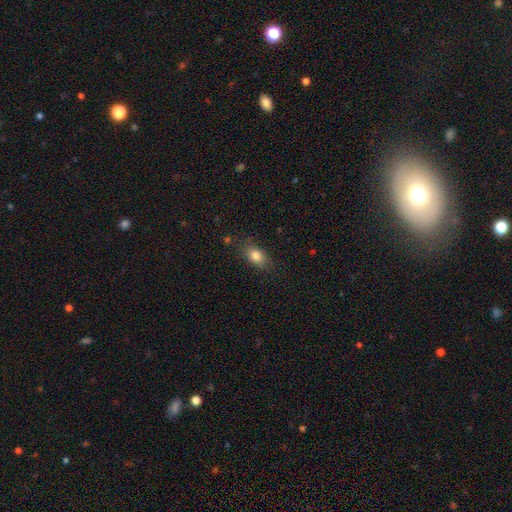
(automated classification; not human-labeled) A smooth galaxy with no disk features (82%) that is in between round and cigar-shaped (79%).

Vote fractions:
- Smooth or featured? smooth: 82% / star or artifact: 9% / featured or disk: 8%
- How rounded? in between: 79% / round: 16% / cigar-shaped: 4%
- Merging? none: 80% / minor disturbance: 14% / major disturbance: 4% / merger: 2%